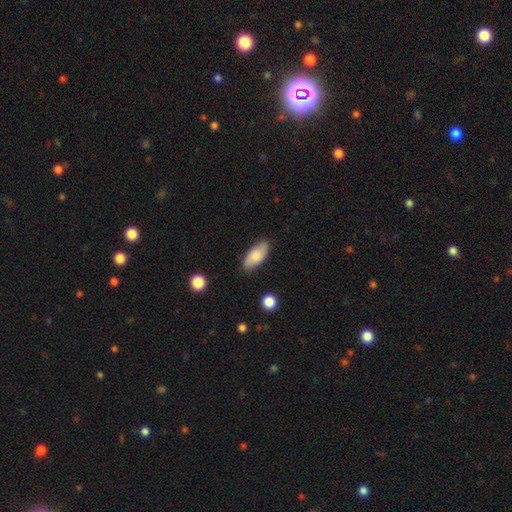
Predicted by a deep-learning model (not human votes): smooth_or_featured: smooth (p=0.79) [alt: featured or disk p=0.15]
how_rounded: in between (p=0.87) [alt: cigar-shaped p=0.11]
merging: none (p=0.82) [alt: minor disturbance p=0.14]